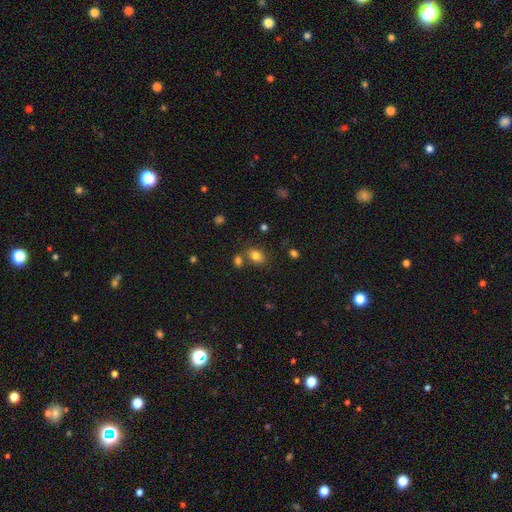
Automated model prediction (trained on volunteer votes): A smooth galaxy with no disk features (80%) that is in between round and cigar-shaped (62%).

Vote fractions:
- Smooth or featured? smooth: 80% / star or artifact: 12% / featured or disk: 8%
- How rounded? in between: 62% / round: 37% / cigar-shaped: 1%
- Merging? none: 69% / merger: 15% / minor disturbance: 12% / major disturbance: 4%